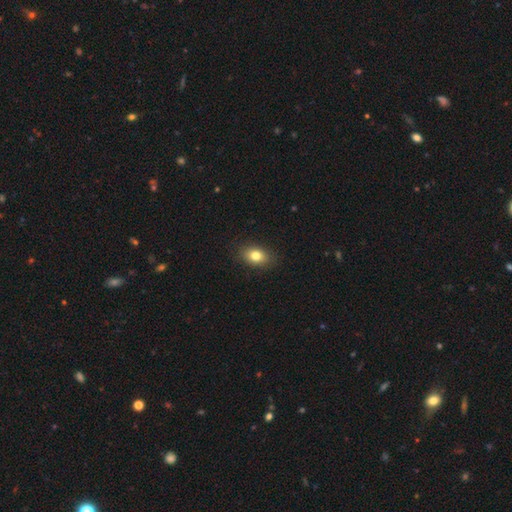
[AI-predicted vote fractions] Smooth or featured? Predicted: smooth (p=0.80). How rounded? Predicted: in between (p=0.77). Merging? Predicted: none (p=0.88).